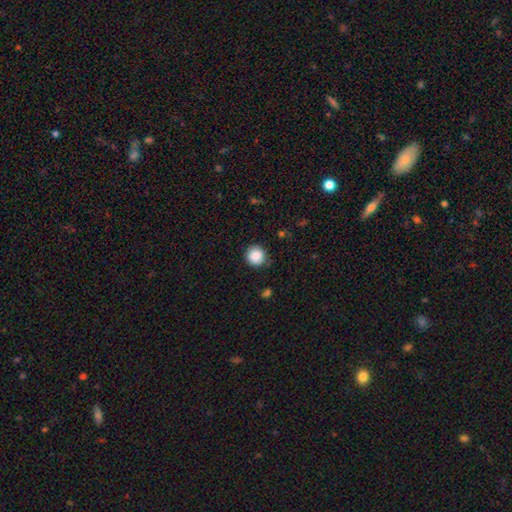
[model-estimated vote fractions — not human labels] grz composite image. It shows a smooth galaxy with no disk features (87%) that is round (93%). Merging: none (85%).